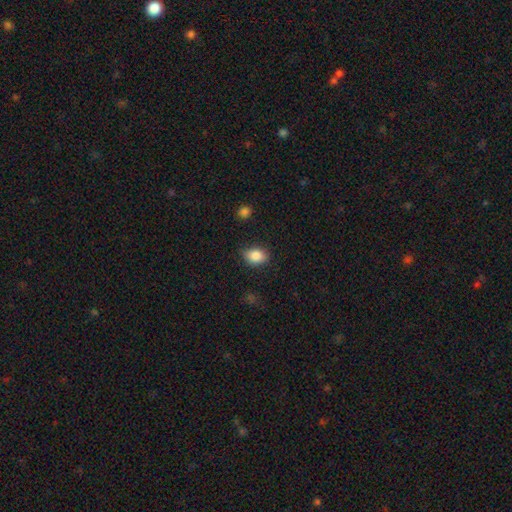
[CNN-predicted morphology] A smooth galaxy with no disk features (86%) that is in between round and cigar-shaped (75%).

Vote fractions:
- Smooth or featured? smooth: 86% / star or artifact: 8% / featured or disk: 6%
- How rounded? in between: 75% / round: 24% / cigar-shaped: 1%
- Merging? none: 79% / minor disturbance: 16% / major disturbance: 3% / merger: 2%